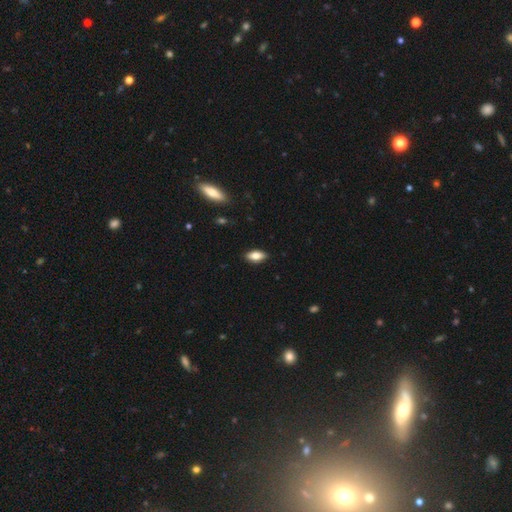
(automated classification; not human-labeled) smooth-or-featured: smooth: 72% | featured or disk: 20% | star or artifact: 7%
  how-rounded: in between: 83% | cigar-shaped: 13% | round: 3%
  merging: none: 87% | minor disturbance: 10% | major disturbance: 2% | merger: 1%